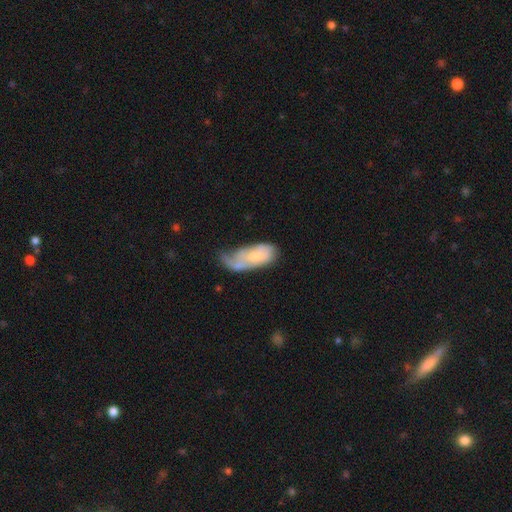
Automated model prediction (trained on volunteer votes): Q: Smooth or featured?
A: smooth (52%); runner-up: featured or disk (42%)
Q: How rounded?
A: in between (88%); runner-up: cigar-shaped (10%)
Q: Merging?
A: minor disturbance (36%); runner-up: major disturbance (30%)